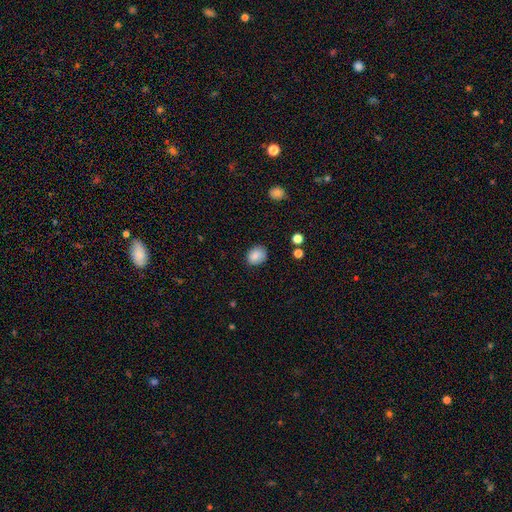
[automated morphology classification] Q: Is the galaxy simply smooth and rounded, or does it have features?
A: smooth — 85%.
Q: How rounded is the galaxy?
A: round — 53%.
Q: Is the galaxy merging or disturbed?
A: none — 80%.